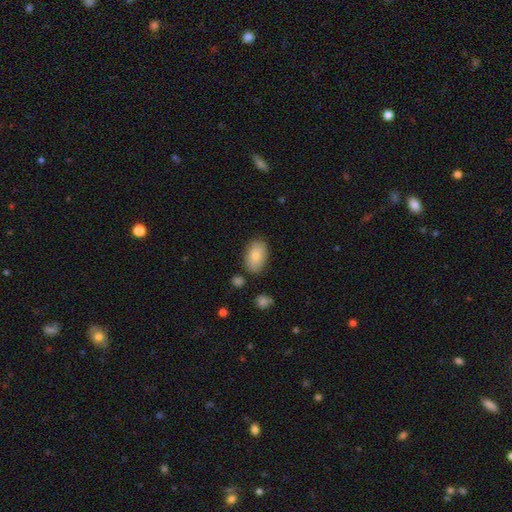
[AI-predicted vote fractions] Smooth or featured? Predicted: smooth (p=0.82). How rounded? Predicted: in between (p=0.92). Merging? Predicted: none (p=0.79).